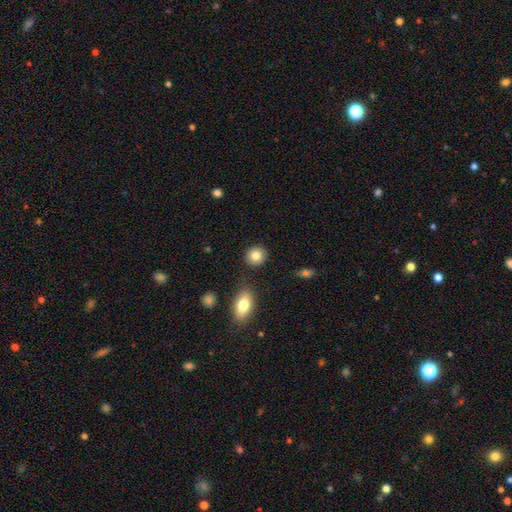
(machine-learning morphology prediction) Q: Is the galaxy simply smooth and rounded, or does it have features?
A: smooth — 84%.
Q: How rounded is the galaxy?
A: round — 82%.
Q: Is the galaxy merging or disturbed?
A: none — 88%.